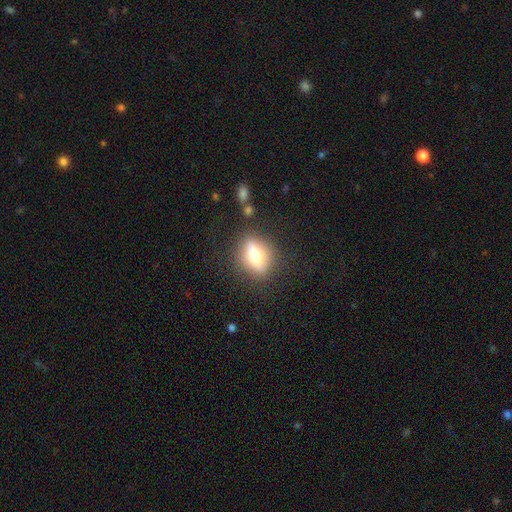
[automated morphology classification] Q: Smooth or featured?
A: smooth (51%); runner-up: featured or disk (40%)
Q: How rounded?
A: in between (50%); runner-up: round (38%)
Q: Merging?
A: none (81%); runner-up: minor disturbance (12%)